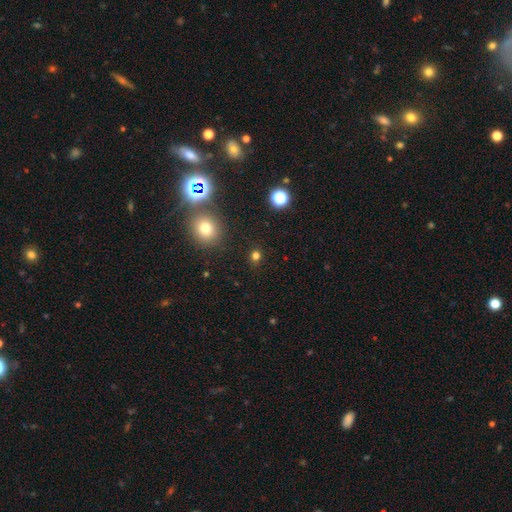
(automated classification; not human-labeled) Overall: smooth (72%). How rounded: round (83%). Merging: none (86%).